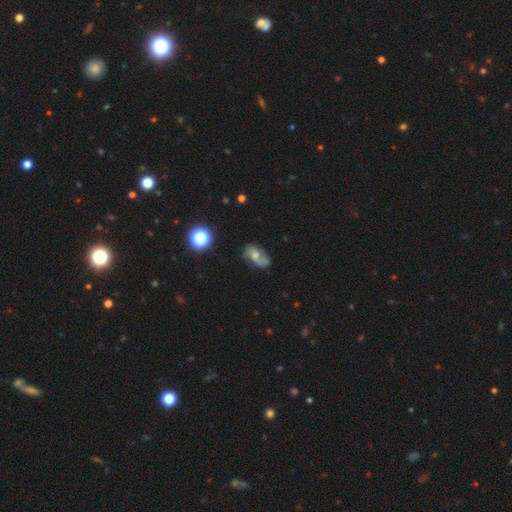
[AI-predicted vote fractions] featured or disk 60%, smooth 28%, star or artifact 12%. Down the decision tree: edge-on disk — no (96%); bar — no (63%); spiral arms — yes (81%); bulge size — moderate (47%); merging — none (51%).